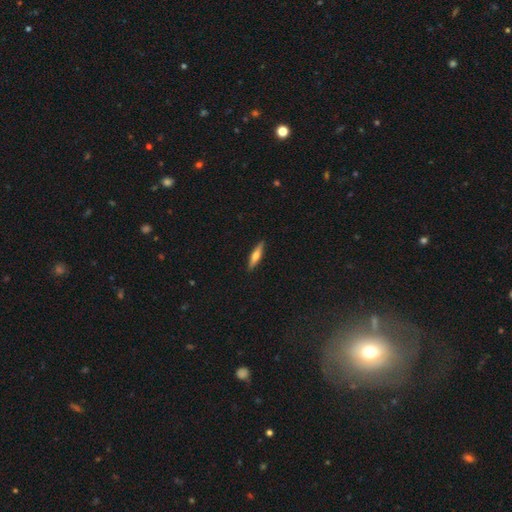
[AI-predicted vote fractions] Smooth or featured?
  - smooth: 56% *
  - featured or disk: 38%
  - star or artifact: 6%
How rounded?
  - cigar-shaped: 81% *
  - in between: 17%
  - round: 2%
Merging?
  - none: 91% *
  - minor disturbance: 7%
  - major disturbance: 2%
  - merger: 1%